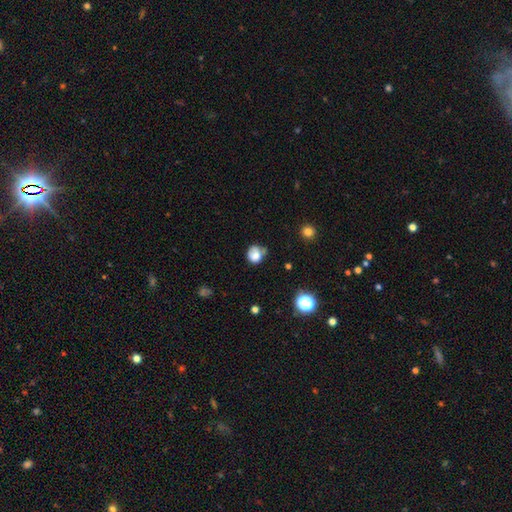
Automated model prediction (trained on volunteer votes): Smooth or featured: smooth — 73% (featured or disk — 15%)
How rounded: round — 73% (in between — 26%)
Merging: none — 45% (minor disturbance — 29%)